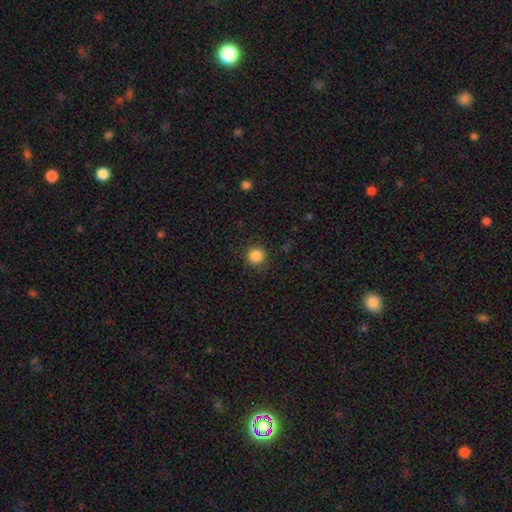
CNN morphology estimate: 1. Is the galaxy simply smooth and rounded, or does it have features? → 86% smooth, 11% star or artifact, 3% featured or disk.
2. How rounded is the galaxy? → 94% round, 5% in between, 1% cigar-shaped.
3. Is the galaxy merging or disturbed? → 89% none, 7% minor disturbance, 3% major disturbance, 1% merger.